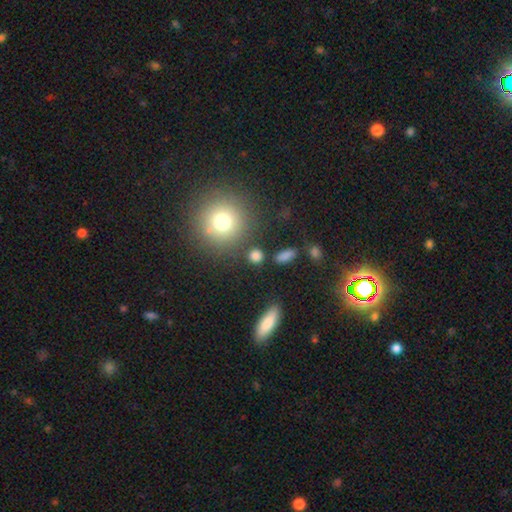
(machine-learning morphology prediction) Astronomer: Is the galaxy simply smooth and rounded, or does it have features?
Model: smooth — 78%.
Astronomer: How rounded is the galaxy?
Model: round — 70%.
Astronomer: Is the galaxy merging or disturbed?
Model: none — 79%.